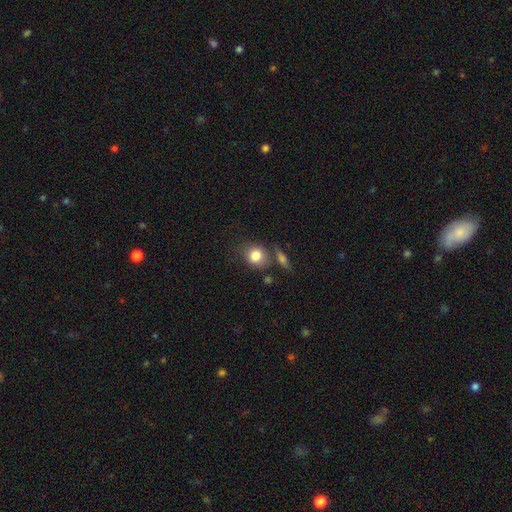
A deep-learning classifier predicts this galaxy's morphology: smooth_or_featured: smooth (p=0.81) [alt: featured or disk p=0.10]
how_rounded: round (p=0.69) [alt: in between p=0.29]
merging: none (p=0.62) [alt: minor disturbance p=0.17]